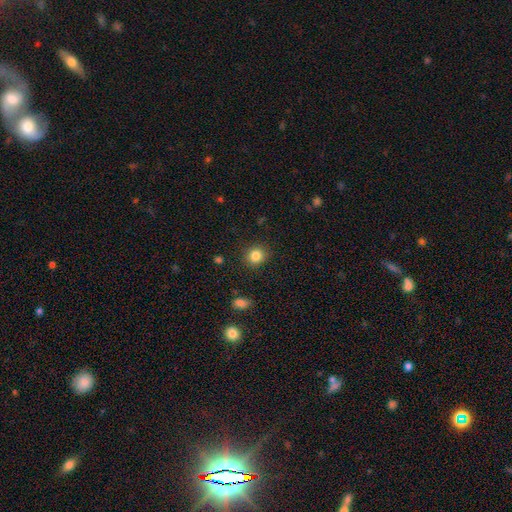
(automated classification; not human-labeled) Smooth or featured? smooth (84%)
How rounded? round (85%)
Merging? none (89%)